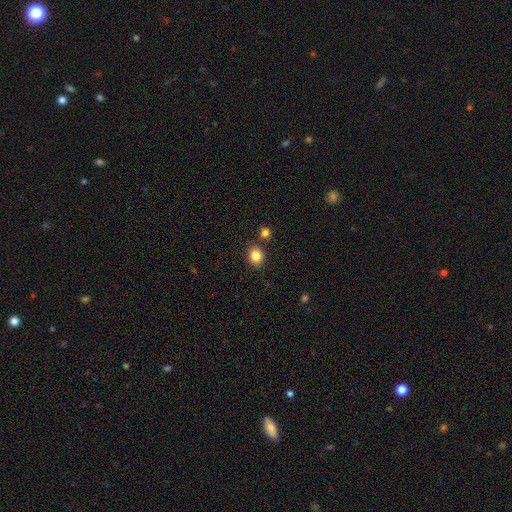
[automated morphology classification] The model was most divided on "how rounded": round: 67%, in between: 32%, cigar-shaped: 1%. More confident: smooth or featured — smooth (84%); merging — none (80%).